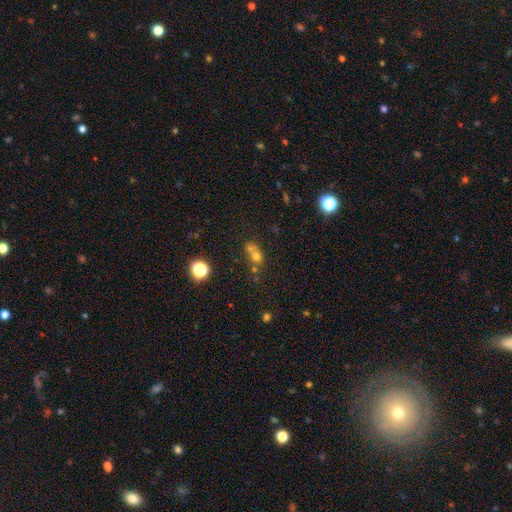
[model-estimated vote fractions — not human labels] Smooth or featured? Predicted: smooth (p=0.63). How rounded? Predicted: round (p=0.73). Merging? Predicted: merger (p=0.54).